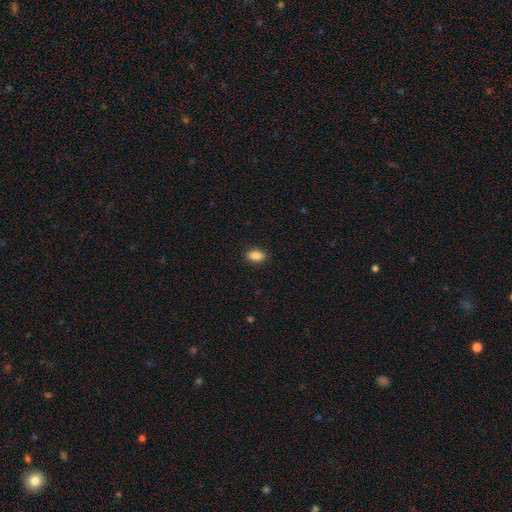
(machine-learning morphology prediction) Smooth or featured? Predicted: smooth (p=0.87). How rounded? Predicted: in between (p=0.88). Merging? Predicted: none (p=0.89).